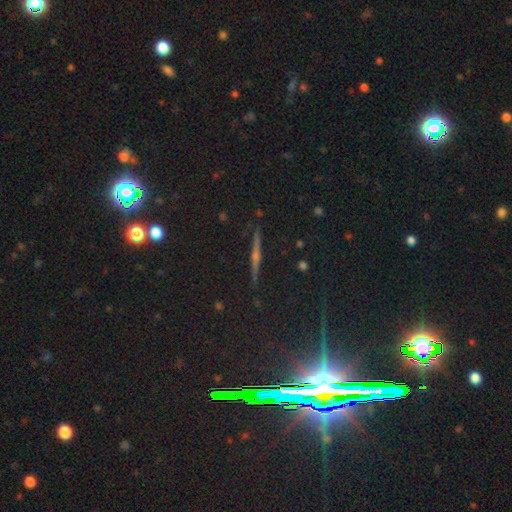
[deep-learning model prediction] This is possibly a star or artifact rather than a galaxy (59%).